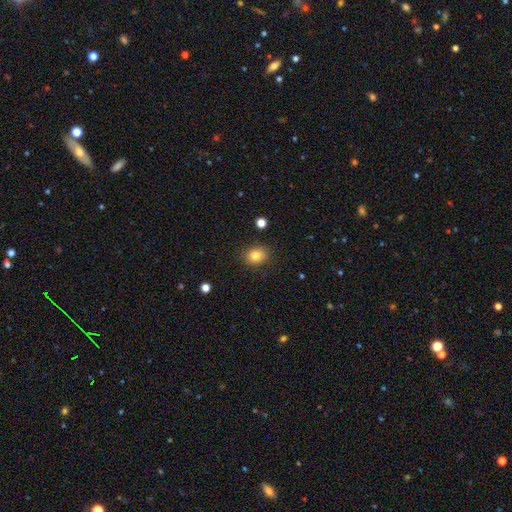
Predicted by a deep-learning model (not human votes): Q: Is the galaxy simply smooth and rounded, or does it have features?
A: smooth — 81%.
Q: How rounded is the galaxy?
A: round — 55%.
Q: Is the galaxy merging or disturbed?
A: none — 87%.